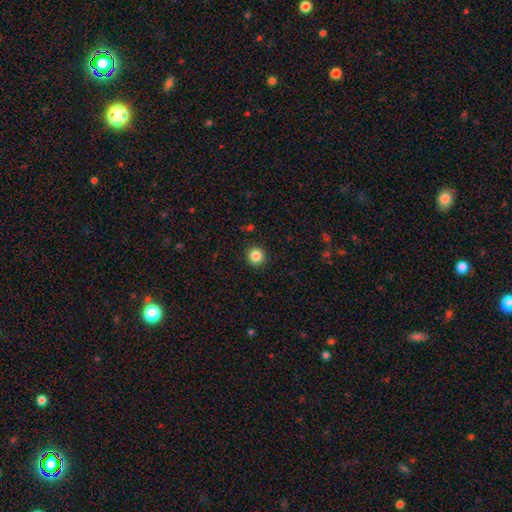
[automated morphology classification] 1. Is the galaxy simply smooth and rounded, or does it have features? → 85% smooth, 10% star or artifact, 4% featured or disk.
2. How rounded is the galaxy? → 94% round, 5% in between, 1% cigar-shaped.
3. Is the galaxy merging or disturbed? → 92% none, 5% minor disturbance, 2% major disturbance, 1% merger.